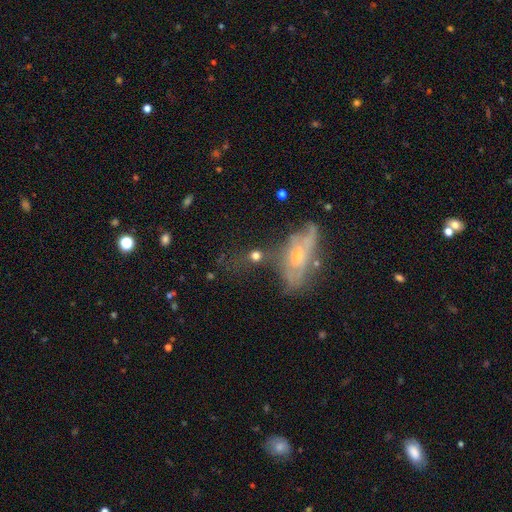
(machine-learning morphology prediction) A smooth galaxy with no disk features (57%) that is round (57%).

Vote fractions:
- Smooth or featured? smooth: 57% / featured or disk: 26% / star or artifact: 17%
- How rounded? round: 57% / in between: 36% / cigar-shaped: 7%
- Merging? none: 50% / merger: 20% / minor disturbance: 16% / major disturbance: 13%